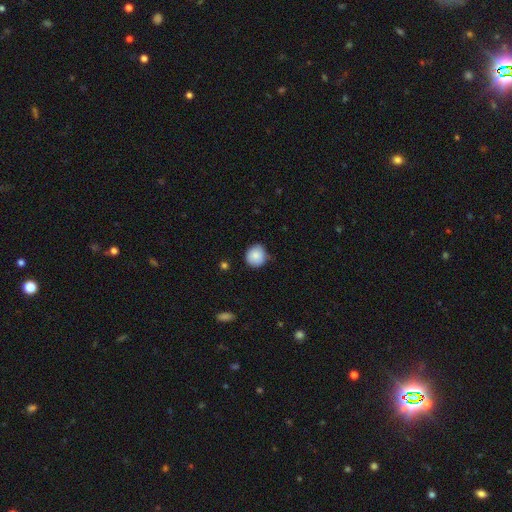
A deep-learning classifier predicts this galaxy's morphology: A smooth galaxy with no disk features (86%) that is round (88%).

Vote fractions:
- Smooth or featured? smooth: 86% / star or artifact: 8% / featured or disk: 6%
- How rounded? round: 88% / in between: 11% / cigar-shaped: 1%
- Merging? none: 76% / minor disturbance: 20% / major disturbance: 3% / merger: 1%